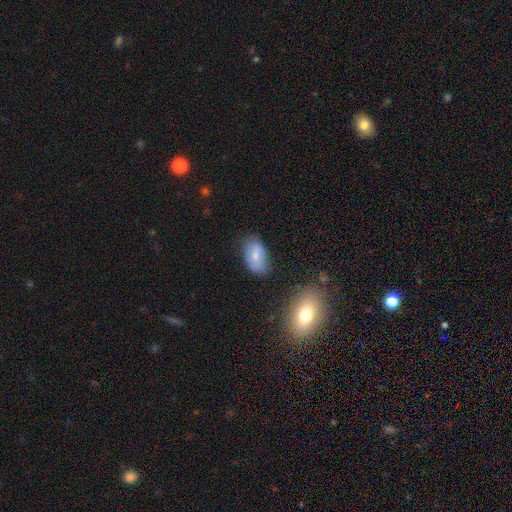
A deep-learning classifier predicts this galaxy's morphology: type=smooth (72%); roundness=in between (93%); merging=none (70%).